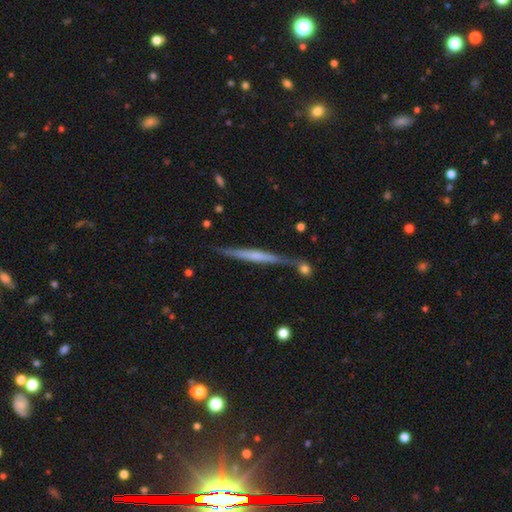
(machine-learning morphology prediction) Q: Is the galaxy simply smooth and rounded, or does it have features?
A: featured or disk — 55%.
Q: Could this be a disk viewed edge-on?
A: yes — 95%.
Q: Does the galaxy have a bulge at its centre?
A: none — 64%.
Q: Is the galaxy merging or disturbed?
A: none — 71%.